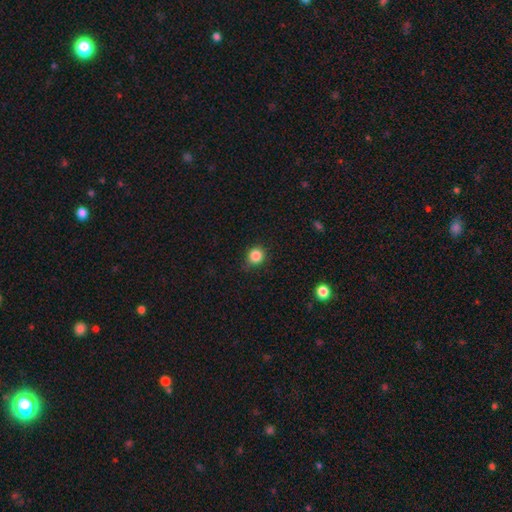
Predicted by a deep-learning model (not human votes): Morphology: type=smooth (85%); roundness=round (86%); merging=none (82%).